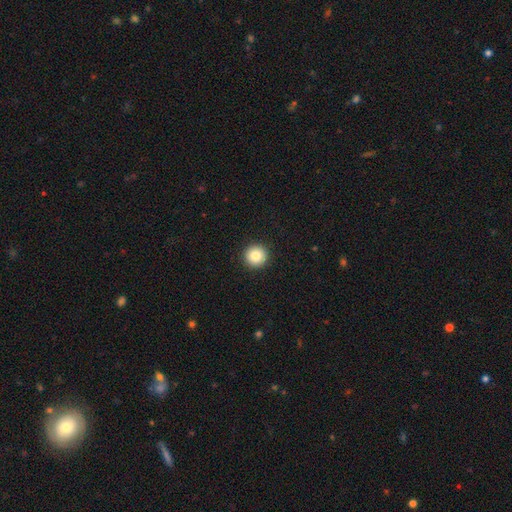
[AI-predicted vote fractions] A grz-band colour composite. It shows a smooth galaxy with no disk features (85%) that is round (96%). Merging: none (93%).